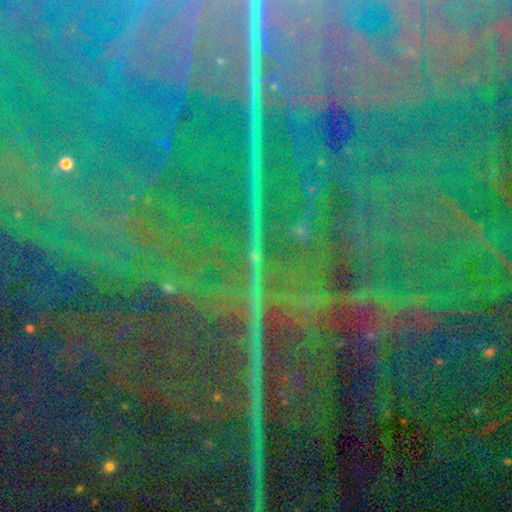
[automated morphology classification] A star or artifact, not a galaxy (87%).

Vote fractions:
- Smooth or featured? star or artifact: 87% / featured or disk: 7% / smooth: 5%